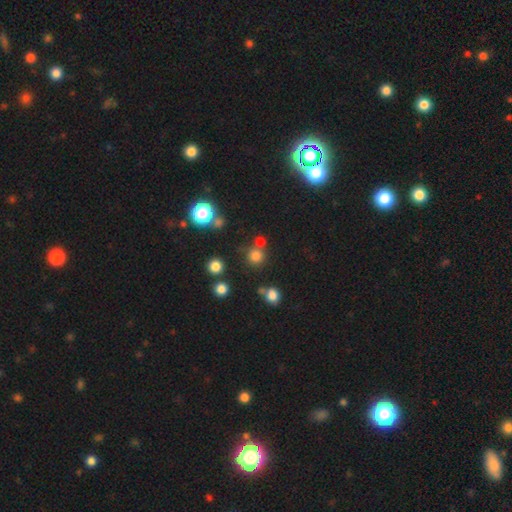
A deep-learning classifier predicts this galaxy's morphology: Smooth or featured? smooth (74%)
How rounded? round (91%)
Merging? none (68%)